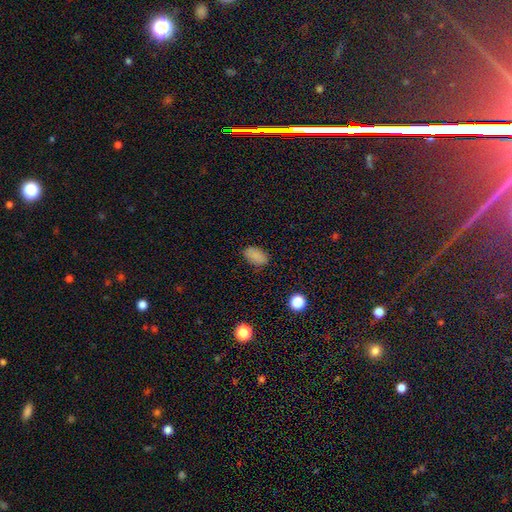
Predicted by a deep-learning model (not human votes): Smooth or featured? Predicted: smooth (p=0.84). How rounded? Predicted: in between (p=0.92). Merging? Predicted: none (p=0.83).